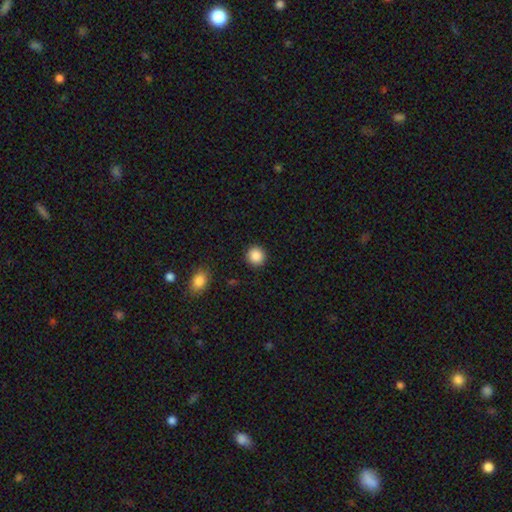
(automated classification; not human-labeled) Morphology: type=smooth (88%); roundness=round (92%); merging=none (91%).